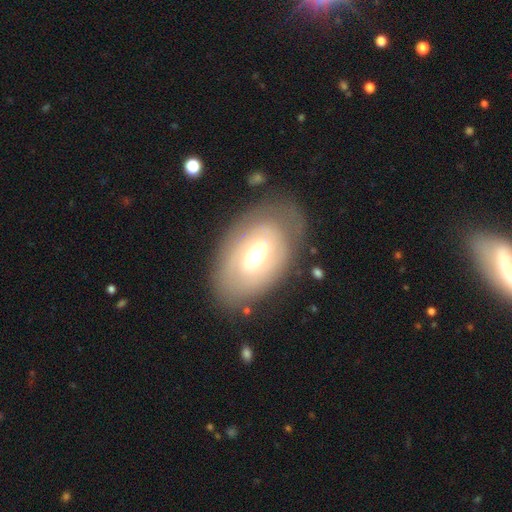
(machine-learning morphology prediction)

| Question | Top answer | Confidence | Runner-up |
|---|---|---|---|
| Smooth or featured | featured or disk | 58% | smooth (35%) |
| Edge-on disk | no | 92% | yes (8%) |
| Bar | no | 43% | weak (40%) |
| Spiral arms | no | 56% | yes (44%) |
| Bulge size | moderate | 65% | large (17%) |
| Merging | none | 71% | minor disturbance (18%) |